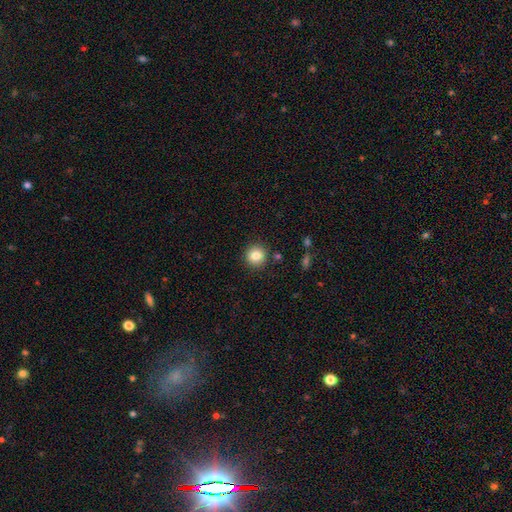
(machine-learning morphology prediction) A smooth galaxy with no disk features (84%) that is round (92%).

Vote fractions:
- Smooth or featured? smooth: 84% / star or artifact: 10% / featured or disk: 6%
- How rounded? round: 92% / in between: 7% / cigar-shaped: 1%
- Merging? none: 89% / minor disturbance: 7% / merger: 2% / major disturbance: 2%